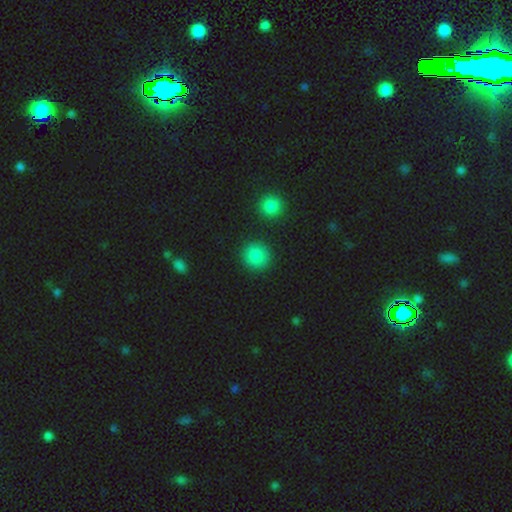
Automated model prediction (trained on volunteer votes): Smooth or featured? Predicted: smooth (p=0.86). How rounded? Predicted: round (p=0.91). Merging? Predicted: none (p=0.88).